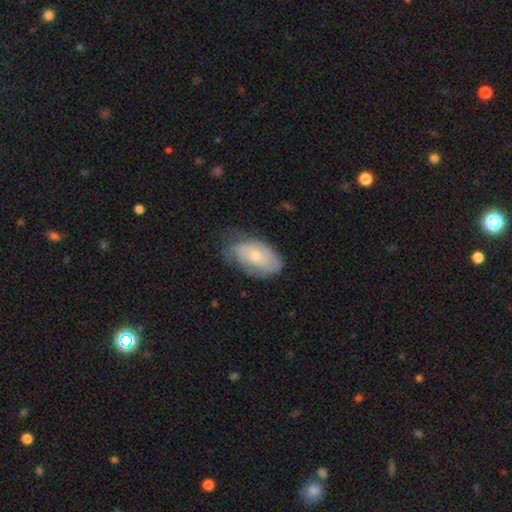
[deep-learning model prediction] Smooth or featured? Predicted: featured or disk (p=0.54). Edge-on disk? Predicted: no (p=0.94). Bar? Predicted: no (p=0.80). Spiral arms? Predicted: yes (p=0.78). Bulge size? Predicted: small (p=0.57). Merging? Predicted: none (p=0.57).